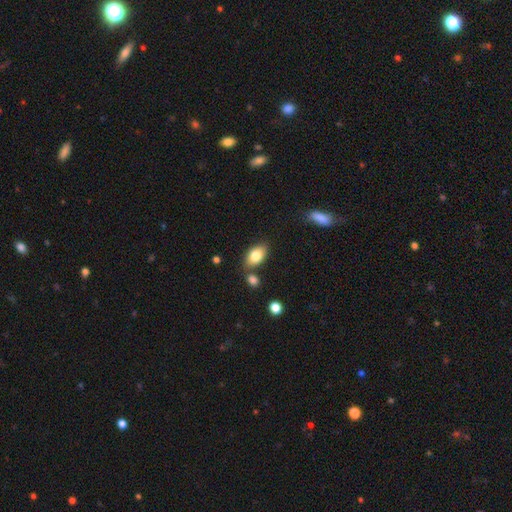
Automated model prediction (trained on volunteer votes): Q: Smooth or featured?
A: smooth (80%); runner-up: featured or disk (12%)
Q: How rounded?
A: in between (91%); runner-up: round (7%)
Q: Merging?
A: none (73%); runner-up: minor disturbance (13%)